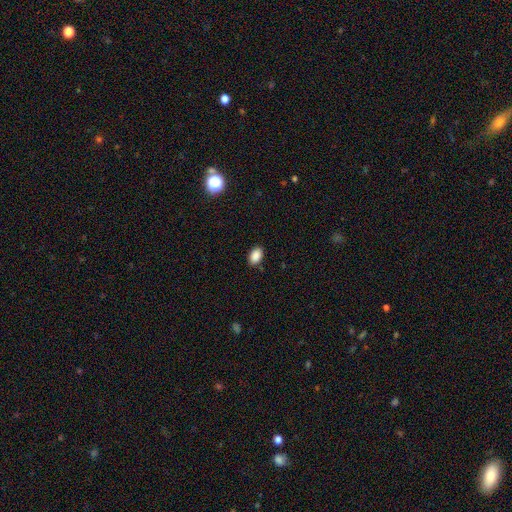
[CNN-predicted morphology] A smooth galaxy with no disk features (88%) that is in between round and cigar-shaped (85%). Merging: none (87%).